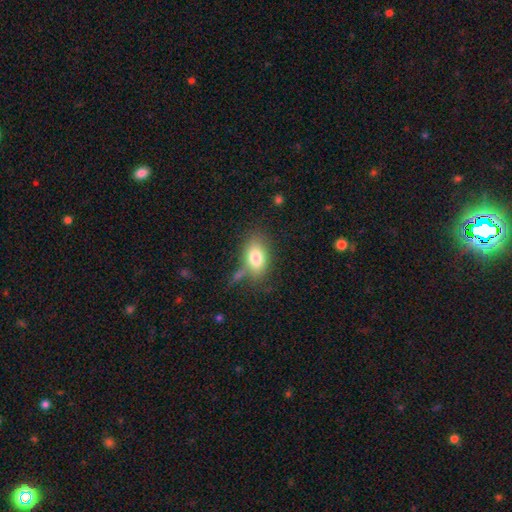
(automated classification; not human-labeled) smooth 79%, featured or disk 12%, star or artifact 9%. Down the decision tree: how rounded — in between (87%); merging — none (68%).